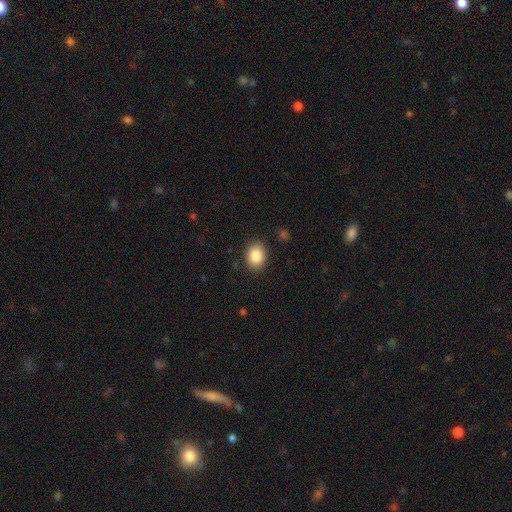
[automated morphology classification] A smooth galaxy with no disk features (86%) that is in between round and cigar-shaped (60%). Merging: none (88%).